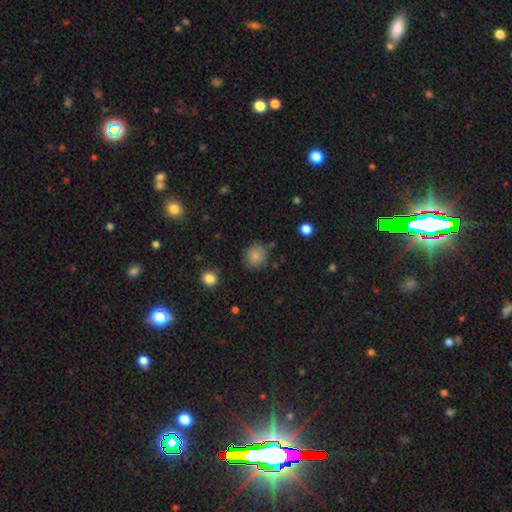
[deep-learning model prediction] The model was most divided on "how rounded": round: 80%, in between: 19%, cigar-shaped: 1%. More confident: smooth or featured — smooth (84%); merging — none (80%).